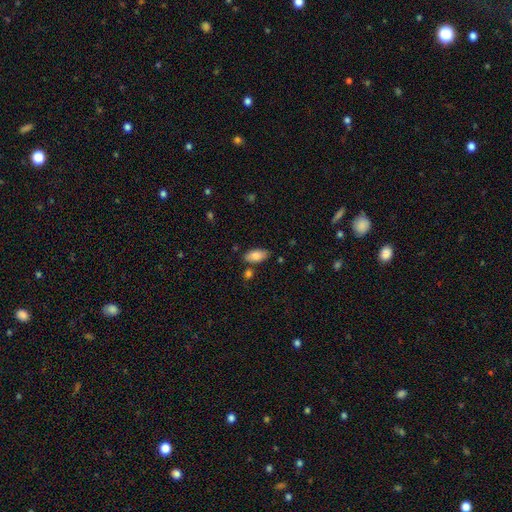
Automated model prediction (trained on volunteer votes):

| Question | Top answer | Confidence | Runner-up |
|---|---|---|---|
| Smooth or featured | smooth | 82% | featured or disk (11%) |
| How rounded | in between | 92% | cigar-shaped (6%) |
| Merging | none | 78% | minor disturbance (13%) |